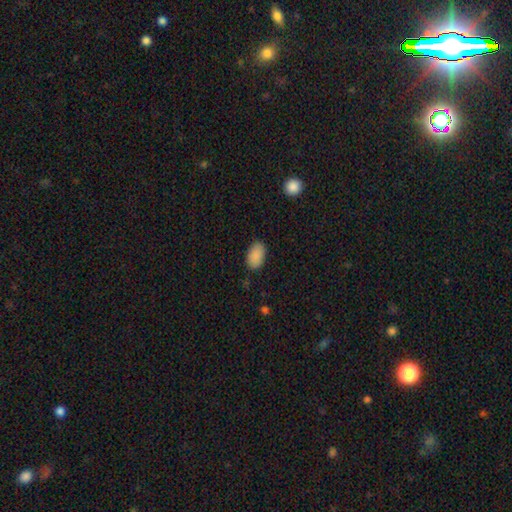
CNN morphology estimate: Smooth or featured?
  - smooth: 89% *
  - star or artifact: 7%
  - featured or disk: 4%
How rounded?
  - in between: 93% *
  - round: 6%
  - cigar-shaped: 1%
Merging?
  - none: 86% *
  - minor disturbance: 11%
  - major disturbance: 2%
  - merger: 1%